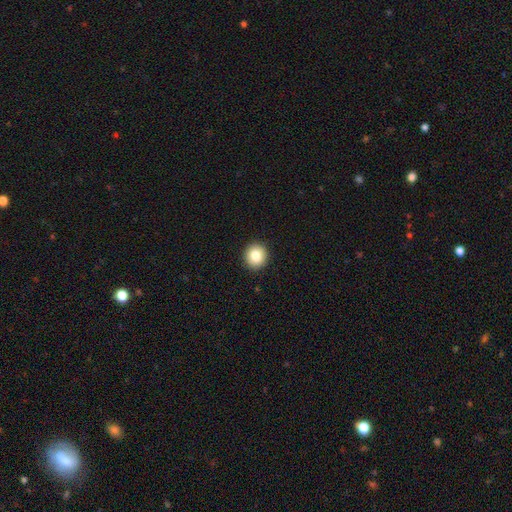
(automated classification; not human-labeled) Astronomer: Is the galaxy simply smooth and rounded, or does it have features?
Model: smooth — 82%.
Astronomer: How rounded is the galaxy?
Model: round — 89%.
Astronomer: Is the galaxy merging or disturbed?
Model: none — 93%.